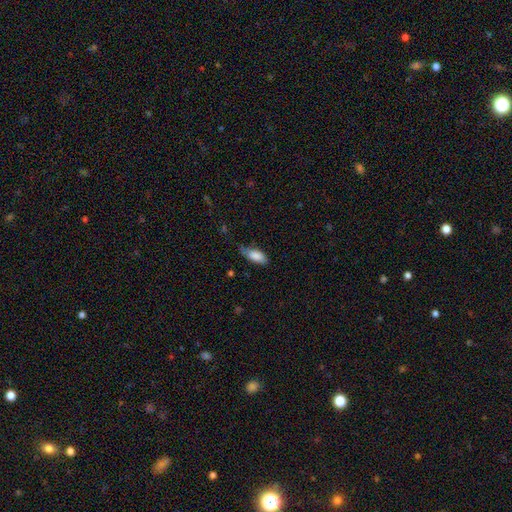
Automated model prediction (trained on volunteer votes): A smooth galaxy with no disk features (84%) that is in between round and cigar-shaped (85%).

Vote fractions:
- Smooth or featured? smooth: 84% / featured or disk: 9% / star or artifact: 7%
- How rounded? in between: 85% / cigar-shaped: 12% / round: 2%
- Merging? none: 50% / minor disturbance: 38% / major disturbance: 10% / merger: 2%